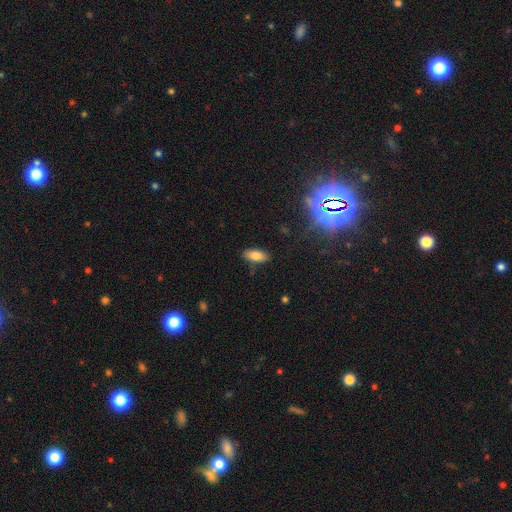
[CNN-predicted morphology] A smooth galaxy with no disk features (79%) that is in between round and cigar-shaped (87%).

Vote fractions:
- Smooth or featured? smooth: 79% / star or artifact: 11% / featured or disk: 10%
- How rounded? in between: 87% / cigar-shaped: 11% / round: 3%
- Merging? none: 84% / minor disturbance: 11% / major disturbance: 3% / merger: 2%